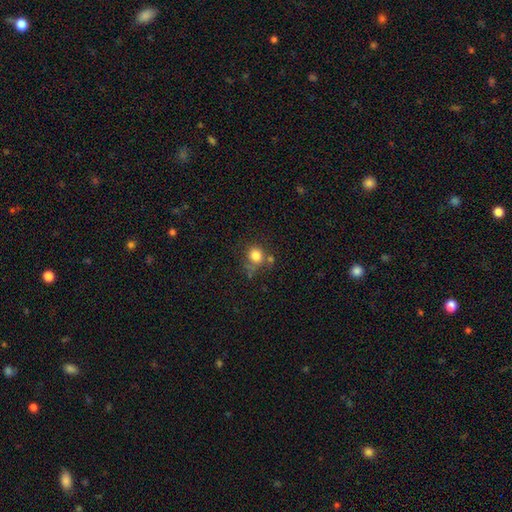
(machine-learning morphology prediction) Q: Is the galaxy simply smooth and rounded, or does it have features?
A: smooth — 80%.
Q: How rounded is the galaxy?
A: round — 78%.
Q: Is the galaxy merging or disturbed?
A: none — 58%.